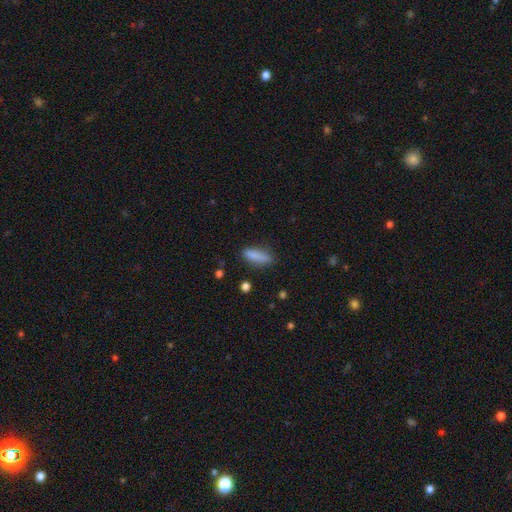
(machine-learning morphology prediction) smooth-or-featured: smooth: 85% | star or artifact: 8% | featured or disk: 7%
  how-rounded: in between: 53% | cigar-shaped: 45% | round: 2%
  merging: none: 75% | minor disturbance: 18% | major disturbance: 5% | merger: 3%